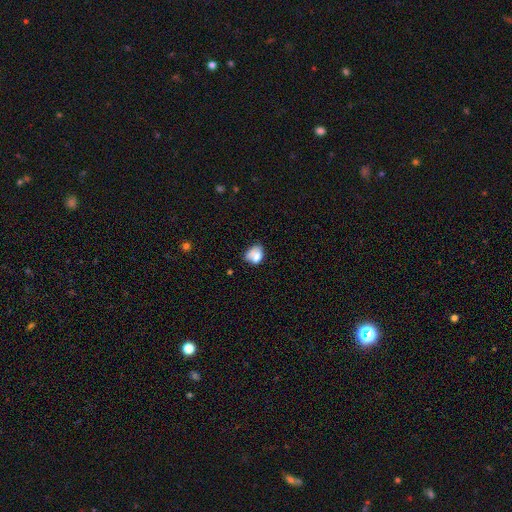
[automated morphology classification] Q: Smooth or featured?
A: smooth (74%); runner-up: featured or disk (16%)
Q: How rounded?
A: in between (65%); runner-up: round (34%)
Q: Merging?
A: none (36%); runner-up: minor disturbance (35%)